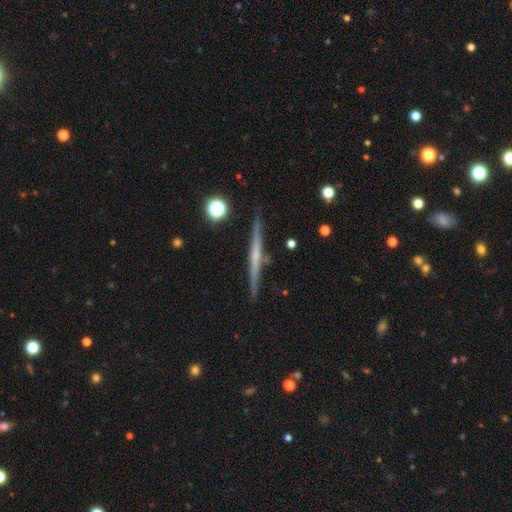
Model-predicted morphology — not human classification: The model was most divided on "smooth or featured": featured or disk: 64%, smooth: 29%, star or artifact: 7%. More confident: edge-on disk — yes (98%); merging — none (88%); edge-on bulge — none (73%).